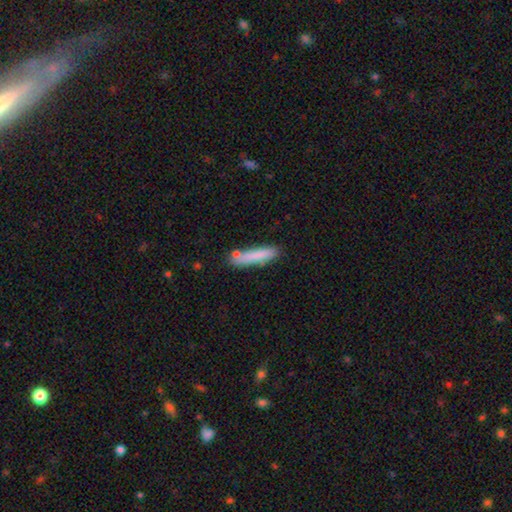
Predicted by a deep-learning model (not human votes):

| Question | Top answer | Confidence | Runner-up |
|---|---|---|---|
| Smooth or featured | smooth | 81% | featured or disk (13%) |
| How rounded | cigar-shaped | 88% | in between (10%) |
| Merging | none | 74% | minor disturbance (15%) |